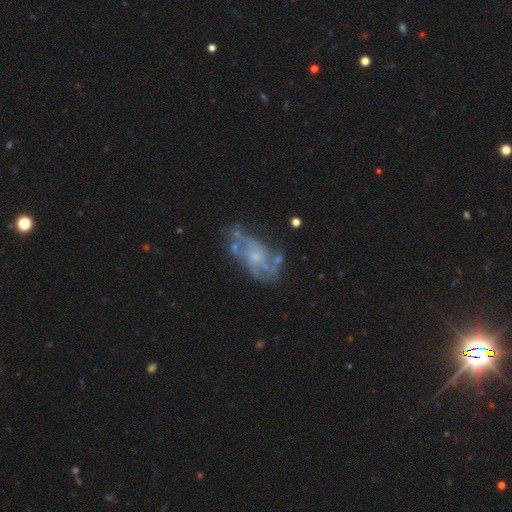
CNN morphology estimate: Smooth or featured? featured or disk (77%)
Edge-on disk? no (95%)
Bar? no (72%)
Spiral arms? yes (74%)
Spiral winding? medium (43%)
Spiral arm count? can't tell (37%)
Bulge size? small (62%)
Merging? none (55%)